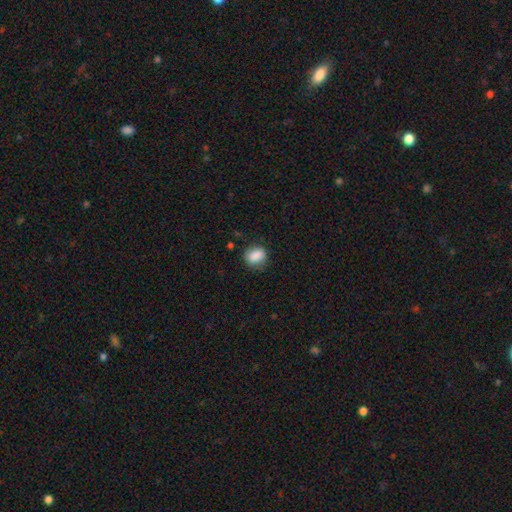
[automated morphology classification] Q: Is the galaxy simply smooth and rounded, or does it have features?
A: smooth — 85%.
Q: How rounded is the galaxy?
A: in between — 57%.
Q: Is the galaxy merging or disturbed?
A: none — 74%.